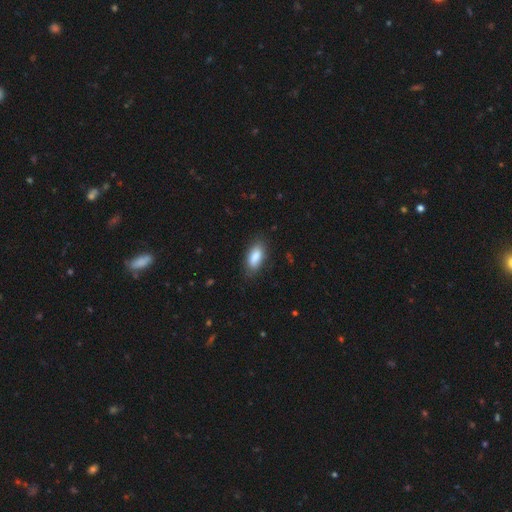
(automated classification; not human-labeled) smooth 86%, featured or disk 8%, star or artifact 6%. Down the decision tree: how rounded — in between (87%); merging — none (81%).